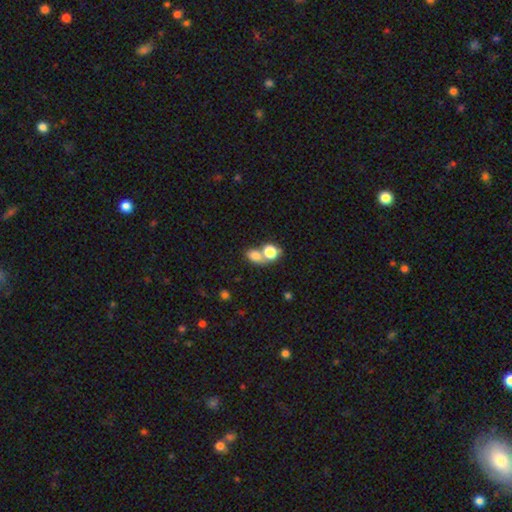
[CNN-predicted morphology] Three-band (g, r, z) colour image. It shows a smooth galaxy with no disk features (77%) that is in between round and cigar-shaped (56%). Merging: merger (57%).